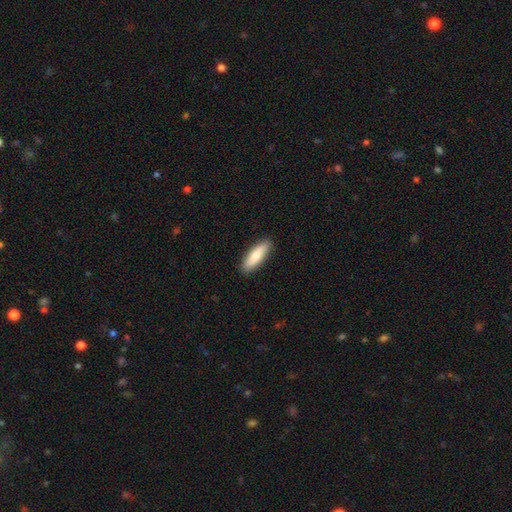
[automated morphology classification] A smooth galaxy with no disk features (74%) that is cigar-shaped (56%). Merging: none (90%).